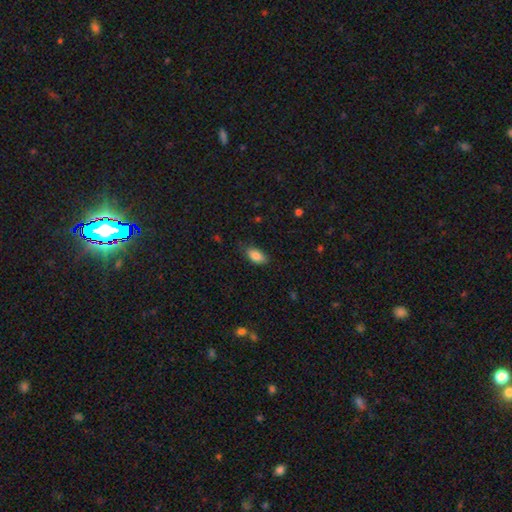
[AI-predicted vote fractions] A smooth galaxy with no disk features (85%) that is in between round and cigar-shaped (90%).

Vote fractions:
- Smooth or featured? smooth: 85% / star or artifact: 8% / featured or disk: 7%
- How rounded? in between: 90% / cigar-shaped: 6% / round: 4%
- Merging? none: 76% / minor disturbance: 20% / major disturbance: 4% / merger: 1%